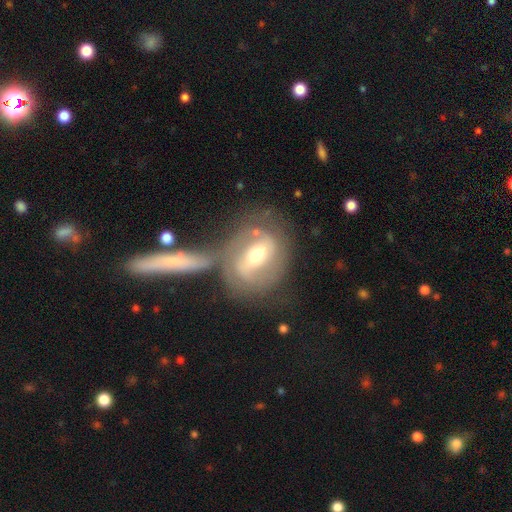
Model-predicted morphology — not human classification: Smooth or featured: featured or disk — 74% (smooth — 20%)
Edge-on disk: no — 94% (yes — 6%)
Bar: weak — 41% (strong — 40%)
Spiral arms: yes — 77% (no — 23%)
Spiral winding: tight — 43% (medium — 41%)
Spiral arm count: 2 — 67% (can't tell — 20%)
Bulge size: moderate — 69% (small — 19%)
Merging: none — 40% (merger — 34%)